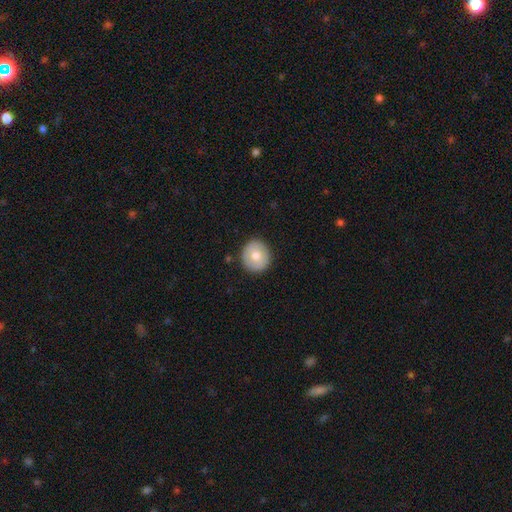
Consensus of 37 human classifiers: Smooth or featured: smooth — 62% (featured or disk — 32%)
How rounded: round — 96% (in between — 4%)
Merging: none — 89% (minor disturbance — 11%)